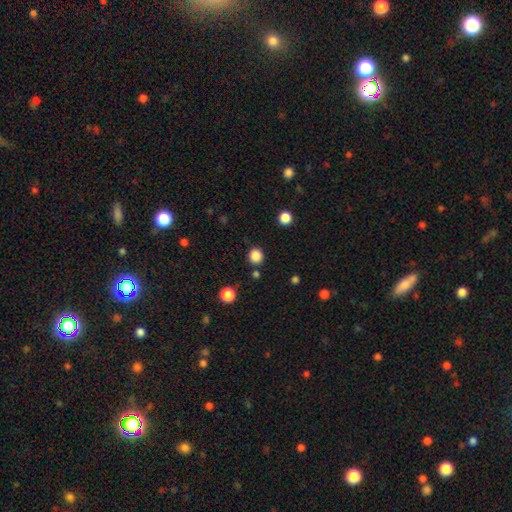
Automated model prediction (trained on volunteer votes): Smooth or featured?
  - smooth: 85% *
  - star or artifact: 12%
  - featured or disk: 3%
How rounded?
  - round: 91% *
  - in between: 8%
  - cigar-shaped: 1%
Merging?
  - none: 88% *
  - minor disturbance: 6%
  - merger: 3%
  - major disturbance: 2%